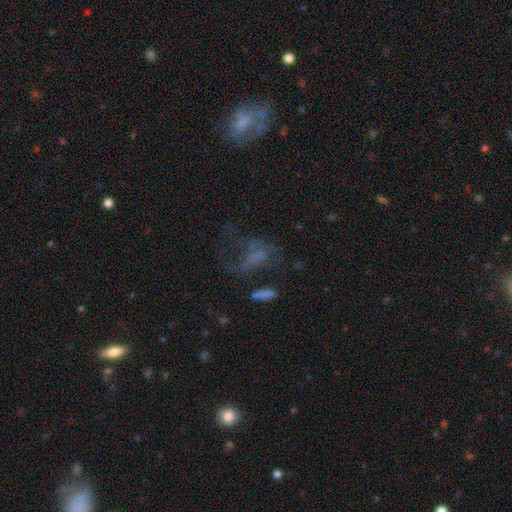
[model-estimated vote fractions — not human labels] This appears to be a featured or disk galaxy (40%). Merging: major disturbance (44%).